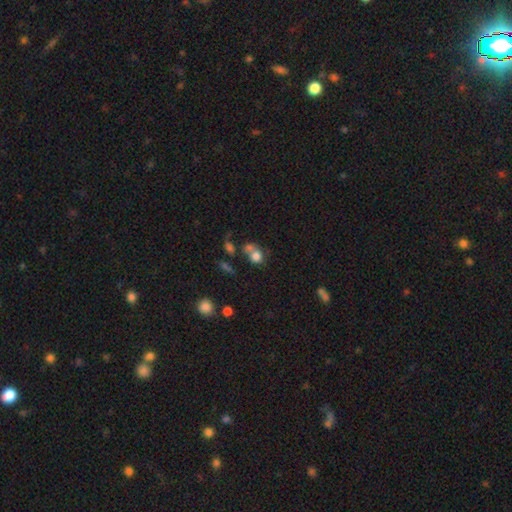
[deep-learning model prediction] Smooth or featured? Predicted: smooth (p=0.76). How rounded? Predicted: round (p=0.70). Merging? Predicted: merger (p=0.47).